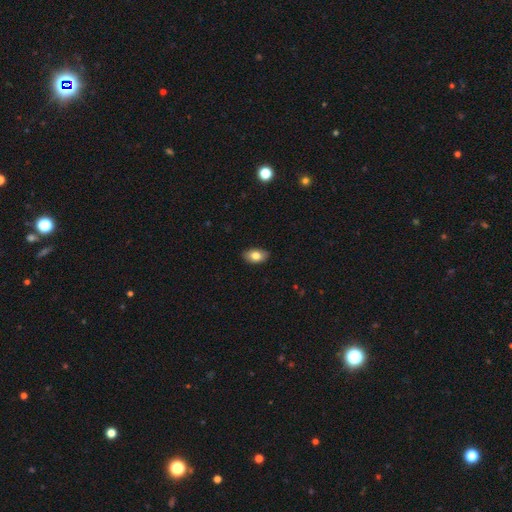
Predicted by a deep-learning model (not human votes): smooth-or-featured: smooth: 80% | featured or disk: 12% | star or artifact: 8%
  how-rounded: in between: 90% | round: 8% | cigar-shaped: 2%
  merging: none: 87% | minor disturbance: 11% | major disturbance: 2% | merger: 1%